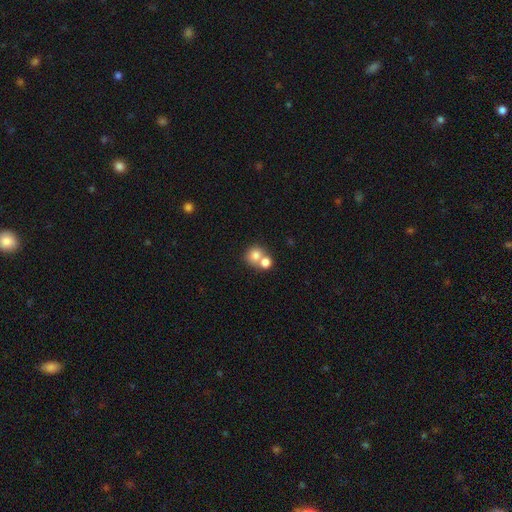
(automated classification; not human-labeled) A smooth galaxy with no disk features (77%) that is round (80%). Merging: merger (55%).